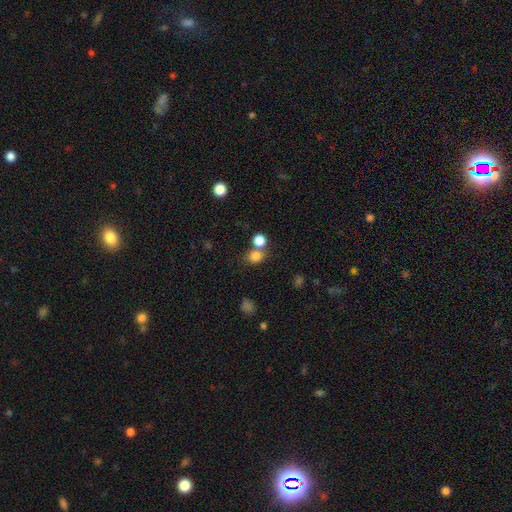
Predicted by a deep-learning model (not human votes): smooth_or_featured: smooth (p=0.80) [alt: star or artifact p=0.14]
how_rounded: round (p=0.69) [alt: in between p=0.30]
merging: none (p=0.56) [alt: merger p=0.31]